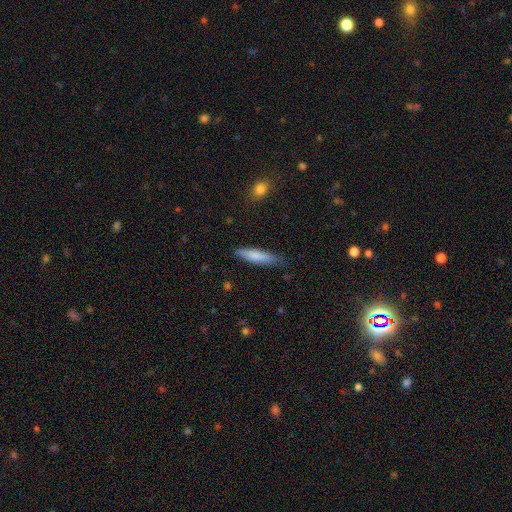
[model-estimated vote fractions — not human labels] smooth 79%, featured or disk 15%, star or artifact 6%. Down the decision tree: how rounded — cigar-shaped (81%); merging — none (79%).